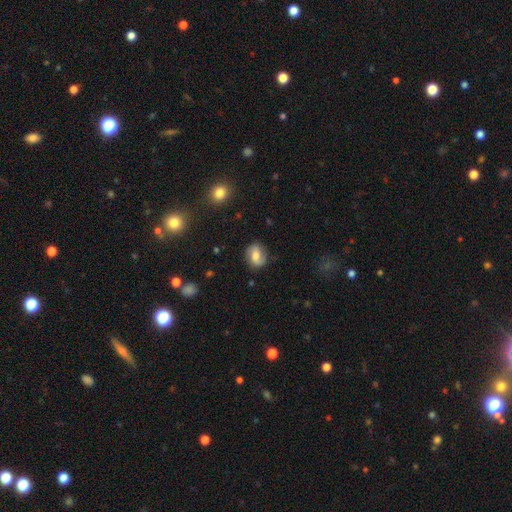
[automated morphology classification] Smooth or featured?
  - smooth: 53% *
  - featured or disk: 38%
  - star or artifact: 9%
How rounded?
  - in between: 50% *
  - round: 48%
  - cigar-shaped: 2%
Merging?
  - none: 75% *
  - minor disturbance: 18%
  - major disturbance: 5%
  - merger: 2%